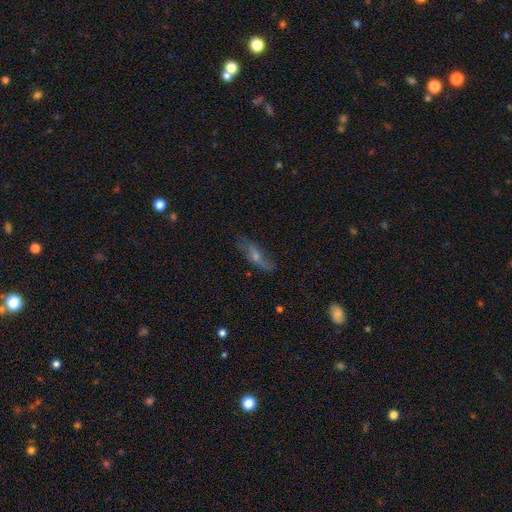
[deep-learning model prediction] Smooth or featured?
  - featured or disk: 56% *
  - smooth: 33%
  - star or artifact: 11%
Edge-on disk?
  - no: 60% *
  - yes: 40%
Merging?
  - none: 73% *
  - minor disturbance: 18%
  - major disturbance: 7%
  - merger: 2%